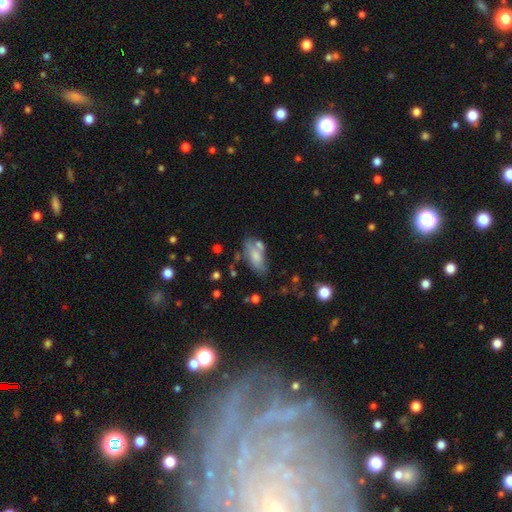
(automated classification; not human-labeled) Morphology: type=smooth (64%); roundness=in between (87%); merging=none (41%).